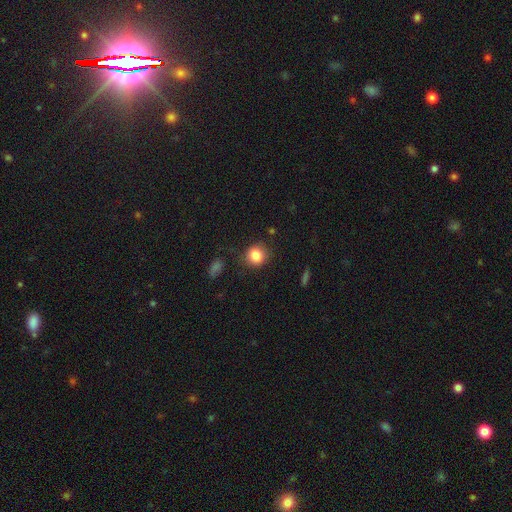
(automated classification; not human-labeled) smooth_or_featured: smooth (p=0.84) [alt: star or artifact p=0.10]
how_rounded: round (p=0.81) [alt: in between p=0.17]
merging: none (p=0.81) [alt: minor disturbance p=0.13]